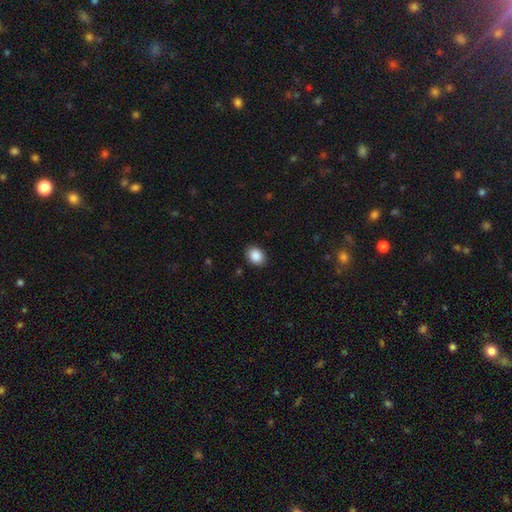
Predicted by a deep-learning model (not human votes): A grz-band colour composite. It shows a smooth galaxy with no disk features (89%) that is in between round and cigar-shaped (58%). Merging: none (88%).